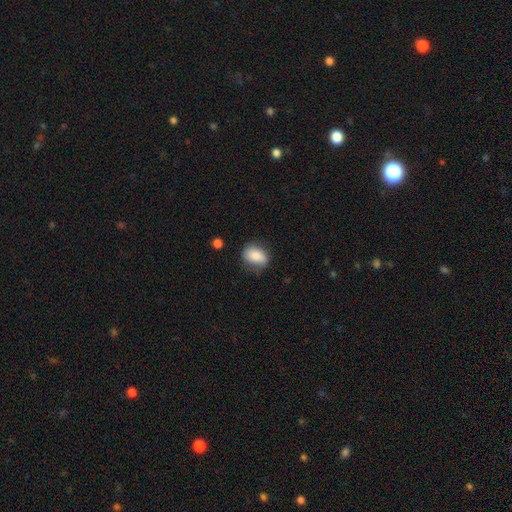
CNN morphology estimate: smooth 81%, featured or disk 12%, star or artifact 8%. Down the decision tree: how rounded — in between (72%); merging — none (69%).